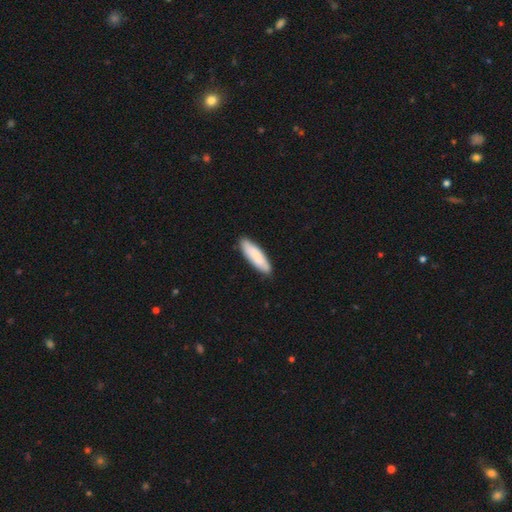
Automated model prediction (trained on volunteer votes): Q: Smooth or featured?
A: smooth (84%); runner-up: featured or disk (11%)
Q: How rounded?
A: cigar-shaped (61%); runner-up: in between (37%)
Q: Merging?
A: none (88%); runner-up: minor disturbance (9%)